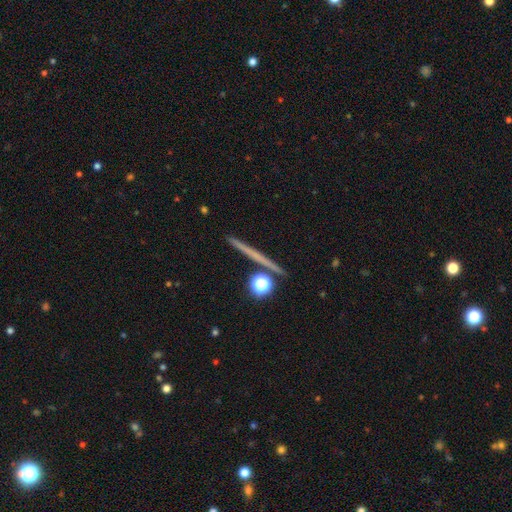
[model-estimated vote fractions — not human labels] This is possibly a featured or disk galaxy (47%). Merging: clearly none (88%).